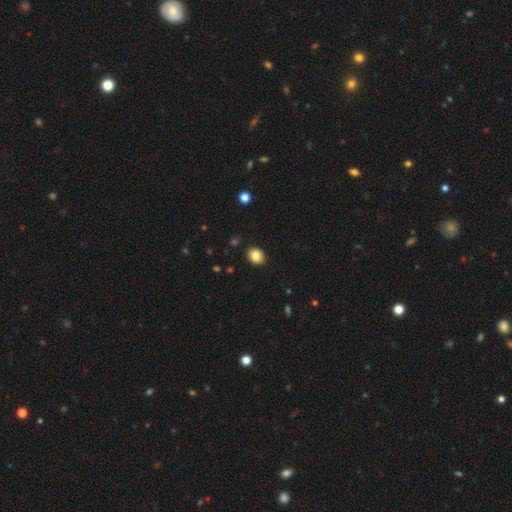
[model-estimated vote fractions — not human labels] A smooth galaxy with no disk features (85%) that is round (54%). Merging: none (90%).